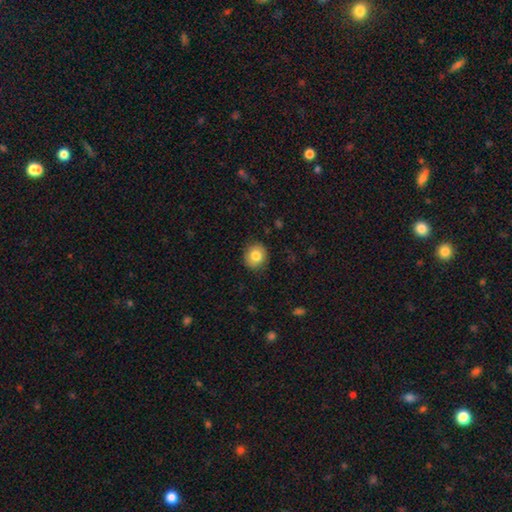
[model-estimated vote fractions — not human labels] Morphology: type=smooth (82%); roundness=round (82%); merging=none (88%).